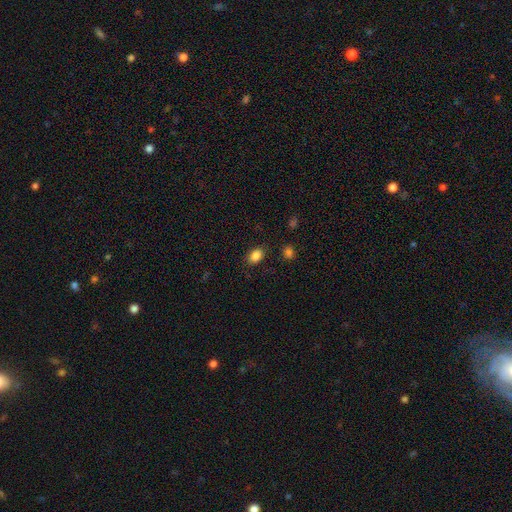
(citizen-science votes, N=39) Morphology: type=smooth (92%); roundness=in between (83%); merging=none (89%).